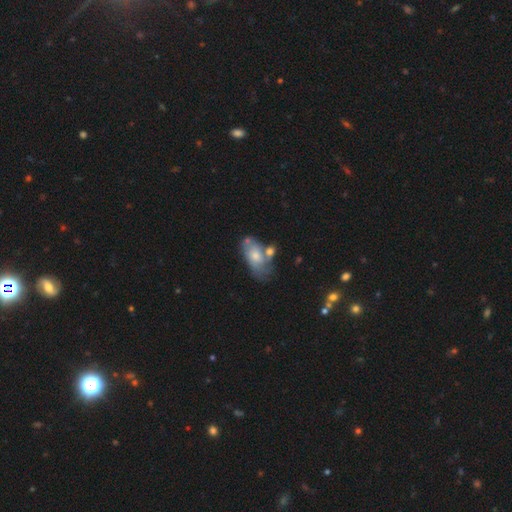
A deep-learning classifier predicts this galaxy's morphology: Smooth or featured? Predicted: smooth (p=0.51). How rounded? Predicted: in between (p=0.89). Merging? Predicted: merger (p=0.31, tied with none).